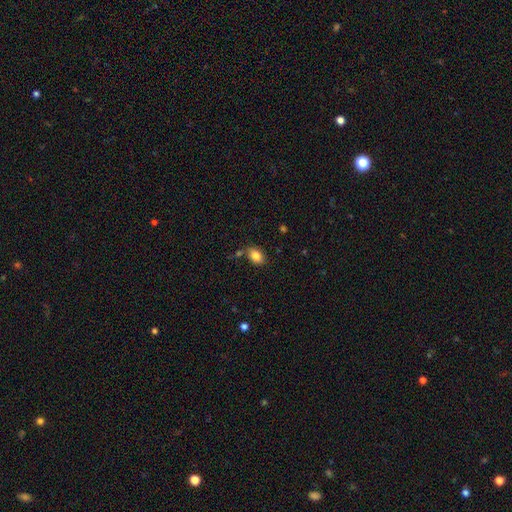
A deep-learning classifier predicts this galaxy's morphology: Q: Smooth or featured?
A: smooth (85%); runner-up: star or artifact (9%)
Q: How rounded?
A: in between (85%); runner-up: round (13%)
Q: Merging?
A: none (76%); runner-up: minor disturbance (13%)